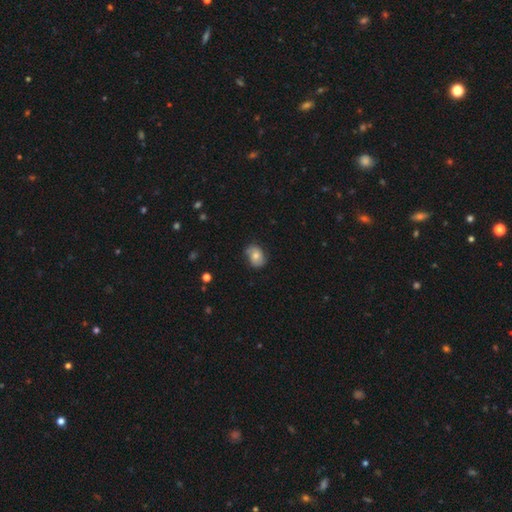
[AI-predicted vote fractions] Smooth or featured: smooth — 53% (featured or disk — 38%)
How rounded: in between — 58% (round — 41%)
Merging: none — 69% (minor disturbance — 23%)